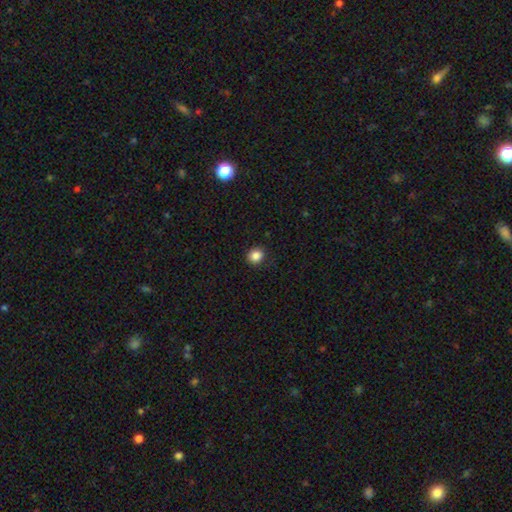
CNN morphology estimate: smooth_or_featured: smooth (p=0.86) [alt: star or artifact p=0.10]
how_rounded: round (p=0.83) [alt: in between p=0.16]
merging: none (p=0.90) [alt: minor disturbance p=0.07]